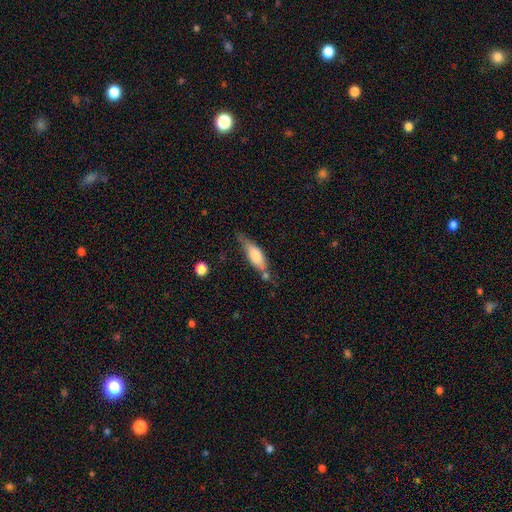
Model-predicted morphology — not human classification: type=smooth (68%); roundness=in between (56%); merging=none (48%).